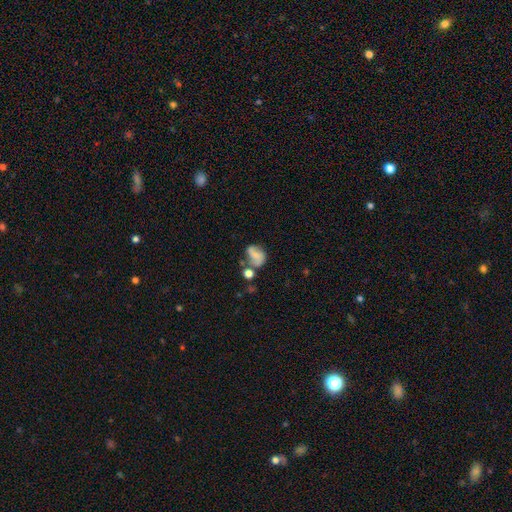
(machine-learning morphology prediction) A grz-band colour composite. It shows a smooth galaxy with no disk features (50%). Merging: none (34%).